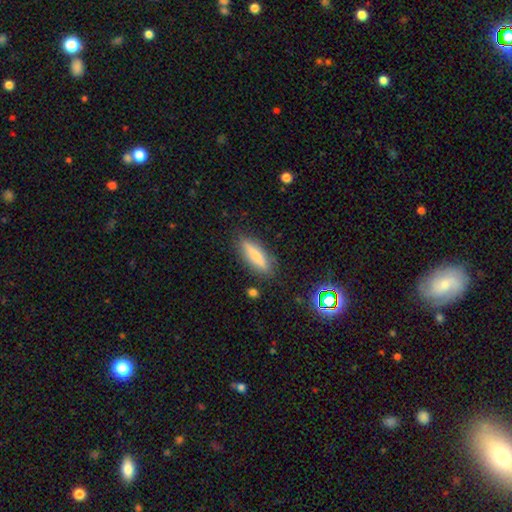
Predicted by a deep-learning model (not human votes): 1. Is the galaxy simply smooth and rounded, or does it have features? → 67% smooth, 25% featured or disk, 8% star or artifact.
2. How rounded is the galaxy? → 75% cigar-shaped, 24% in between, 2% round.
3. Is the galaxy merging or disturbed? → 84% none, 11% minor disturbance, 3% major disturbance, 2% merger.